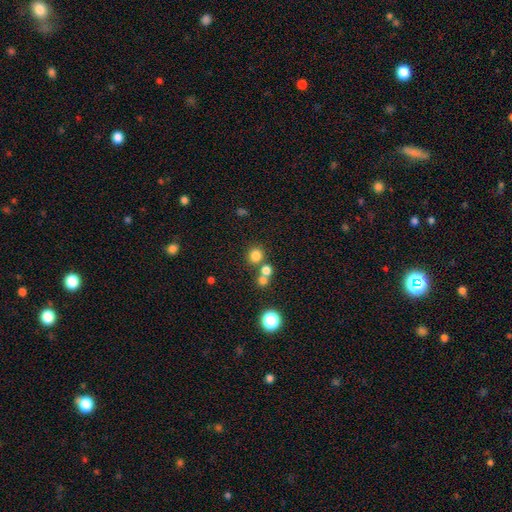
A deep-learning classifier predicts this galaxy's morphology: smooth_or_featured: smooth (p=0.78) [alt: star or artifact p=0.15]
how_rounded: round (p=0.89) [alt: in between p=0.10]
merging: none (p=0.69) [alt: merger p=0.21]